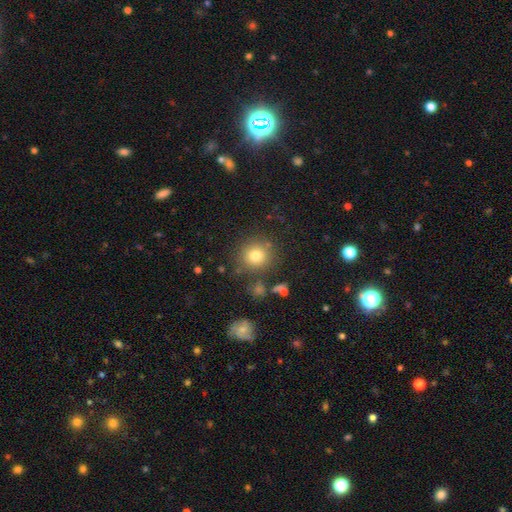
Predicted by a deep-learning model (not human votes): Smooth or featured? Predicted: smooth (p=0.78). How rounded? Predicted: round (p=0.91). Merging? Predicted: none (p=0.82).